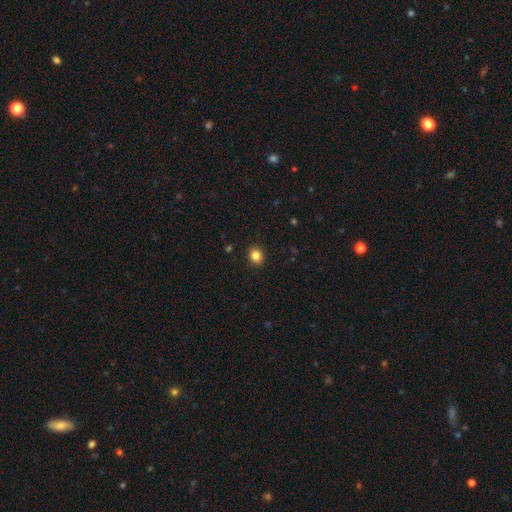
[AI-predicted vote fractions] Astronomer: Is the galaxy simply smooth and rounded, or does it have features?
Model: smooth — 84%.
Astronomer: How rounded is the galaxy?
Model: round — 72%.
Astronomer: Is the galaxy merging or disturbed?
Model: none — 91%.